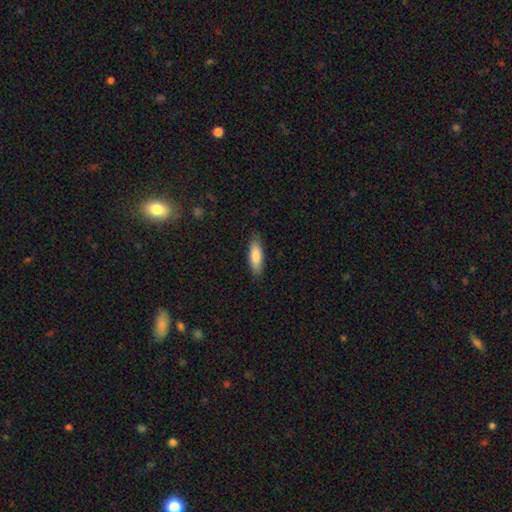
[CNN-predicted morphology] A smooth galaxy with no disk features (81%) that is in between round and cigar-shaped (55%).

Vote fractions:
- Smooth or featured? smooth: 81% / featured or disk: 13% / star or artifact: 6%
- How rounded? in between: 55% / cigar-shaped: 43% / round: 2%
- Merging? none: 86% / minor disturbance: 11% / major disturbance: 2% / merger: 1%